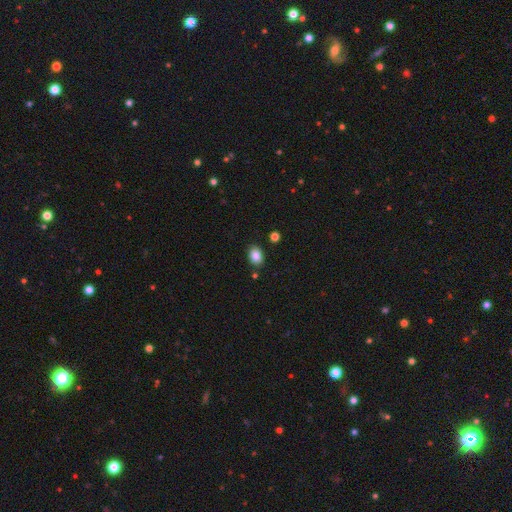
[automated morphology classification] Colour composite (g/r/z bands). It shows a smooth galaxy with no disk features (86%) that is in between round and cigar-shaped (73%). Merging: none (85%).